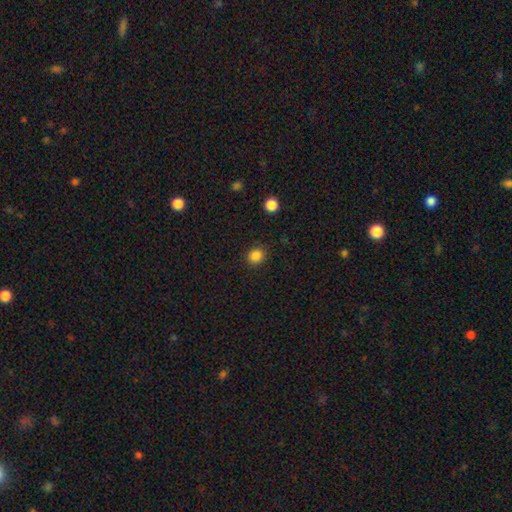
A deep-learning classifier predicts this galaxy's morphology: This appears to be a smooth galaxy with no disk features (85%) that is round (84%). Merging: none (89%).